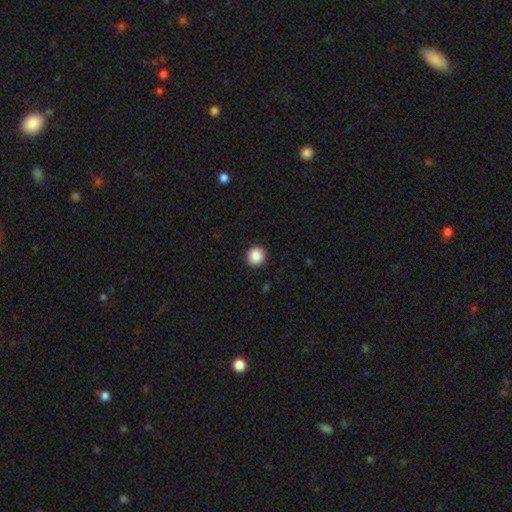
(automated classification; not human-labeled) smooth-or-featured: smooth: 89% | star or artifact: 9% | featured or disk: 3%
  how-rounded: round: 93% | in between: 6% | cigar-shaped: 1%
  merging: none: 93% | minor disturbance: 5% | major disturbance: 2% | merger: 1%